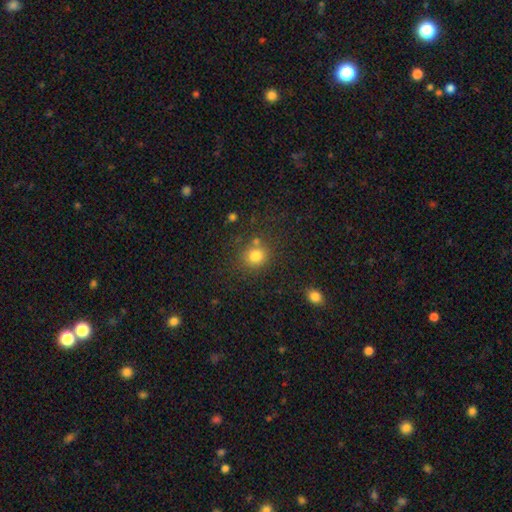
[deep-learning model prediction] Smooth or featured: smooth — 79% (star or artifact — 14%)
How rounded: round — 81% (in between — 18%)
Merging: none — 72% (minor disturbance — 12%)